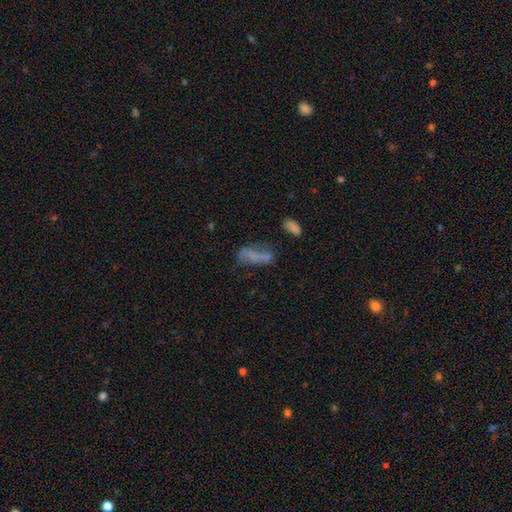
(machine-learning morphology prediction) This is possibly a smooth galaxy (53%). How rounded: likely in between (67%). Merging: marginally none (35%).